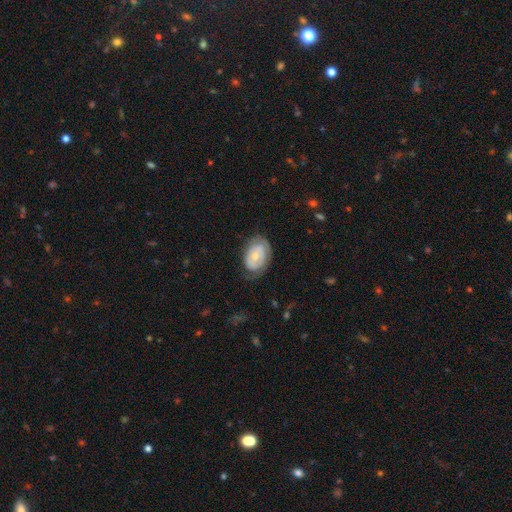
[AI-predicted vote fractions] Morphology: type=featured or disk (50%); merging=none (63%).